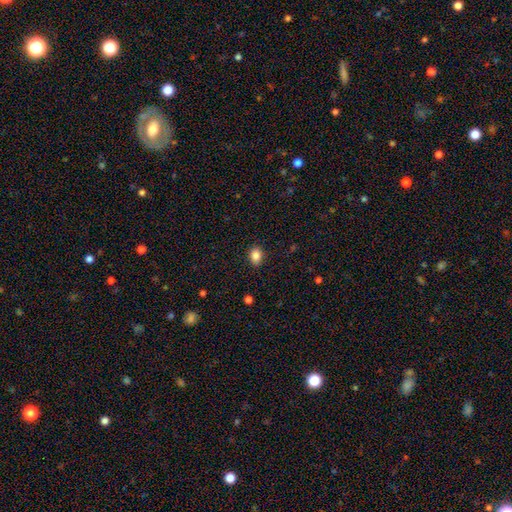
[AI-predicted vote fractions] Overall: smooth (86%). How rounded: in between (65%; round 34%). Merging: none (88%).